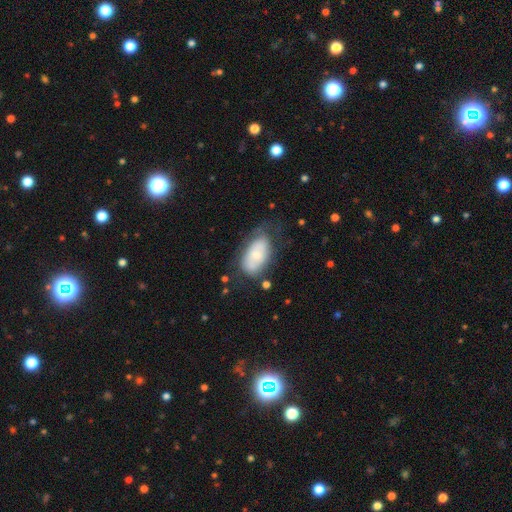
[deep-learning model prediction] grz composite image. It shows a smooth galaxy with no disk features (57%) that is in between round and cigar-shaped (92%). Merging: none (50%).